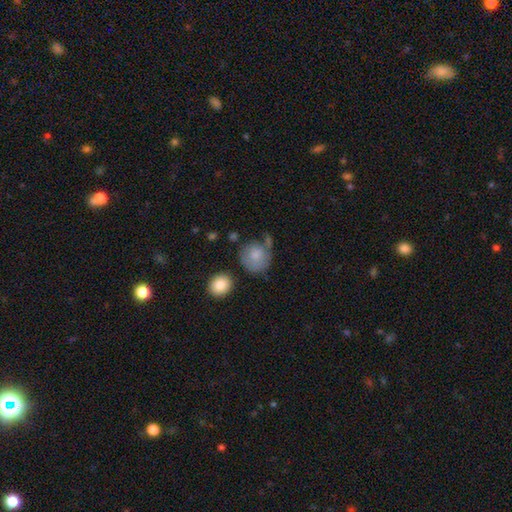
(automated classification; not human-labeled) A smooth galaxy with no disk features (80%) that is round (84%).

Vote fractions:
- Smooth or featured? smooth: 80% / featured or disk: 13% / star or artifact: 7%
- How rounded? round: 84% / in between: 15% / cigar-shaped: 1%
- Merging? none: 52% / minor disturbance: 25% / major disturbance: 14% / merger: 9%